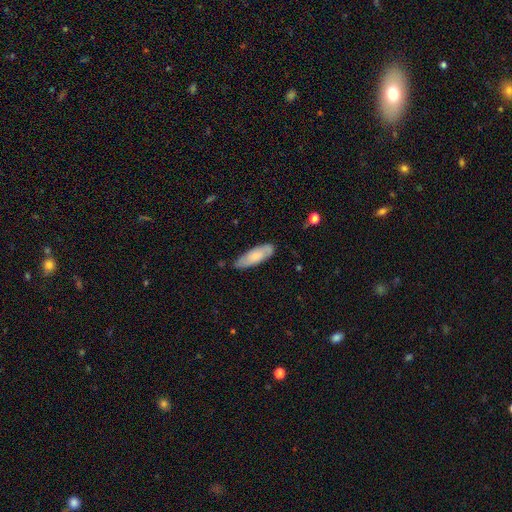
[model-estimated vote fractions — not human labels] Q: Smooth or featured?
A: smooth (67%); runner-up: featured or disk (26%)
Q: How rounded?
A: in between (60%); runner-up: cigar-shaped (38%)
Q: Merging?
A: none (75%); runner-up: minor disturbance (20%)